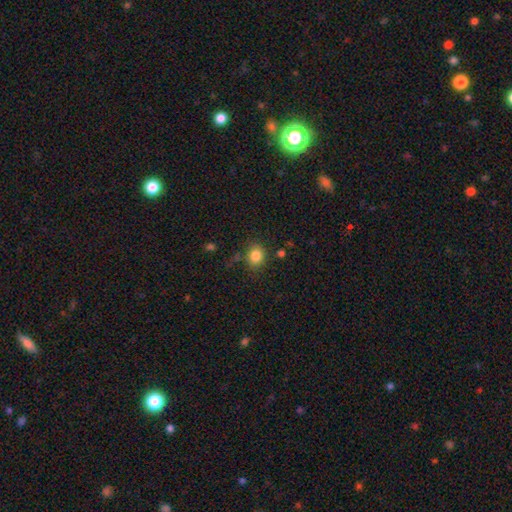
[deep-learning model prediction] smooth-or-featured: smooth: 84% | star or artifact: 11% | featured or disk: 5%
  how-rounded: round: 69% | in between: 30% | cigar-shaped: 1%
  merging: none: 78% | minor disturbance: 13% | merger: 5% | major disturbance: 4%